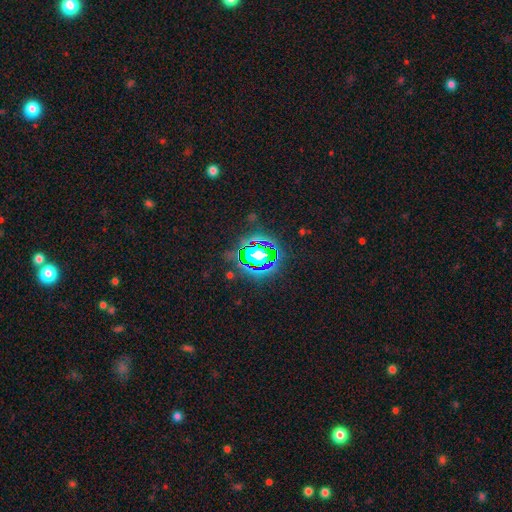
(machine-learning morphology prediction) Smooth or featured? star or artifact (57%)